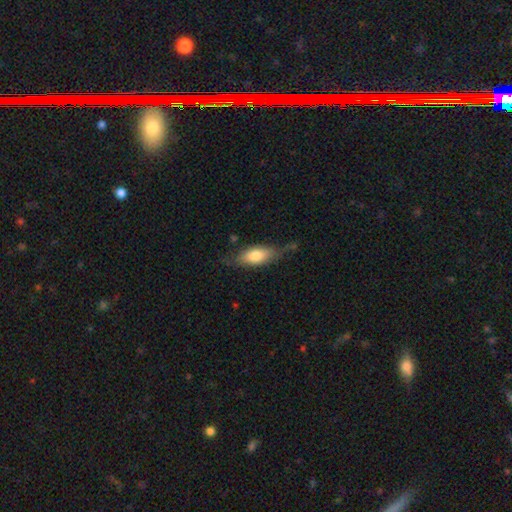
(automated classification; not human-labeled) Smooth or featured?
  - smooth: 70% *
  - featured or disk: 24%
  - star or artifact: 6%
How rounded?
  - in between: 76% *
  - cigar-shaped: 22%
  - round: 3%
Merging?
  - none: 61% *
  - minor disturbance: 28%
  - major disturbance: 9%
  - merger: 3%